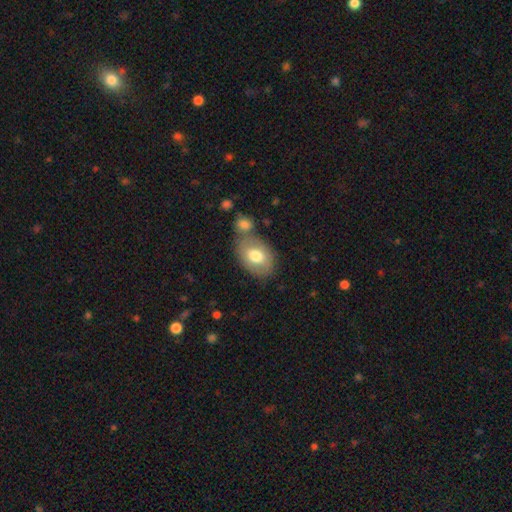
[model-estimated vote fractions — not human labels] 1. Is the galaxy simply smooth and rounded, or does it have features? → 70% smooth, 23% featured or disk, 6% star or artifact.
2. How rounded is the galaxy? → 82% in between, 17% round, 1% cigar-shaped.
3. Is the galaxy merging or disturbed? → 56% none, 24% merger, 15% minor disturbance, 5% major disturbance.